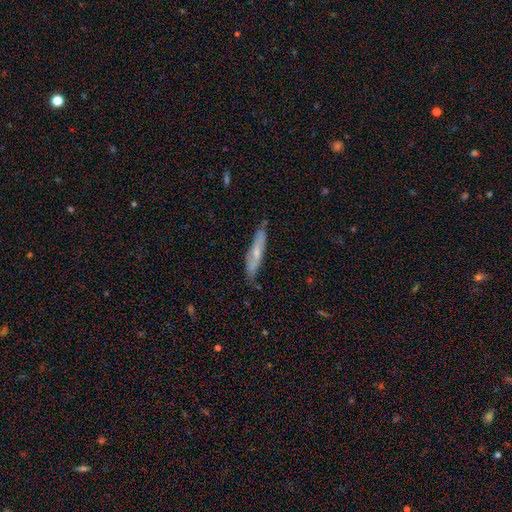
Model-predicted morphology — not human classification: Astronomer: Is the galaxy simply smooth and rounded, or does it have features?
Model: featured or disk — 53% (runner-up: smooth, 39%).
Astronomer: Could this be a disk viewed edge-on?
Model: yes — 71%.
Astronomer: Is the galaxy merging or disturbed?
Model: none — 80%.